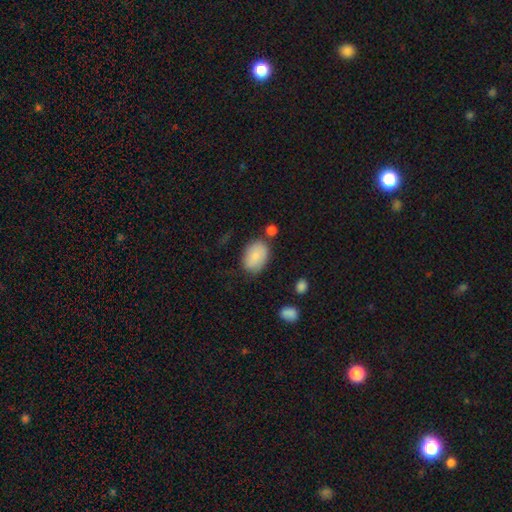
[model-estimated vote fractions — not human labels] smooth 83%, featured or disk 10%, star or artifact 7%. Down the decision tree: how rounded — in between (84%); merging — none (68%).